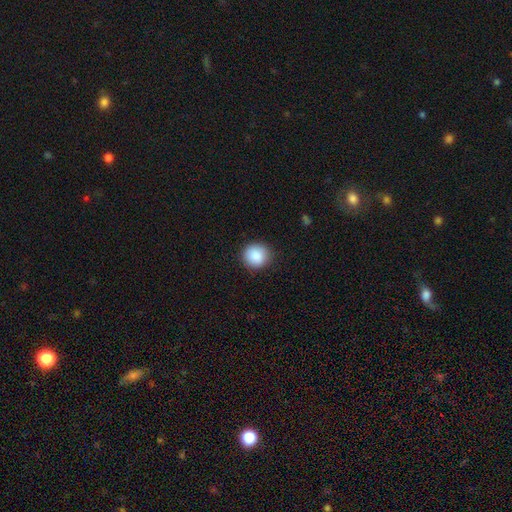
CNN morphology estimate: smooth-or-featured: smooth: 88% | star or artifact: 8% | featured or disk: 4%
  how-rounded: round: 92% | in between: 7% | cigar-shaped: 1%
  merging: none: 89% | minor disturbance: 8% | major disturbance: 2% | merger: 1%